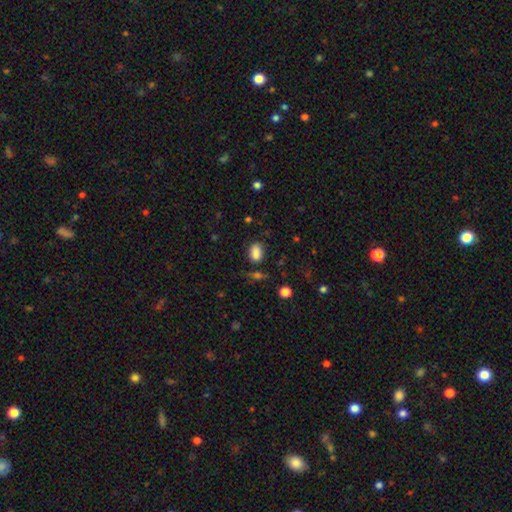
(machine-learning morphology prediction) smooth-or-featured: smooth: 85% | star or artifact: 11% | featured or disk: 5%
  how-rounded: in between: 80% | round: 19% | cigar-shaped: 1%
  merging: none: 72% | minor disturbance: 18% | major disturbance: 5% | merger: 5%